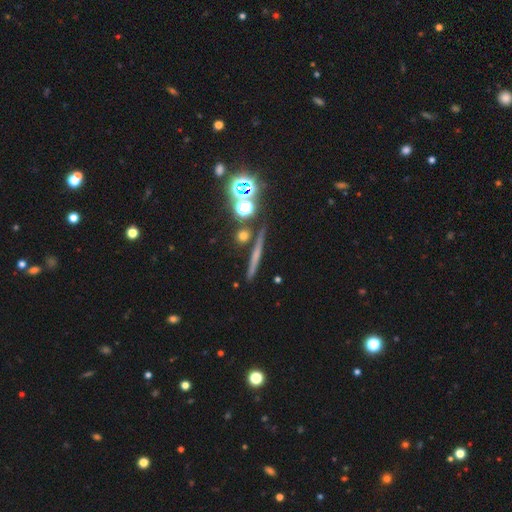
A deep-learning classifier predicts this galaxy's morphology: Overall: featured or disk (40%; smooth 34%). Merging: none (86%).